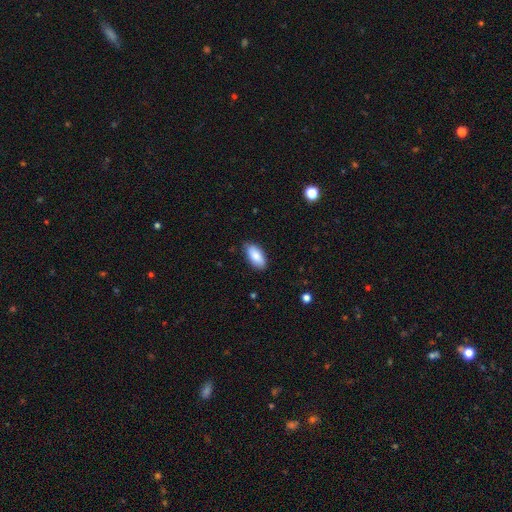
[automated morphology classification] Overall: smooth (86%). How rounded: in between (90%). Merging: none (83%).